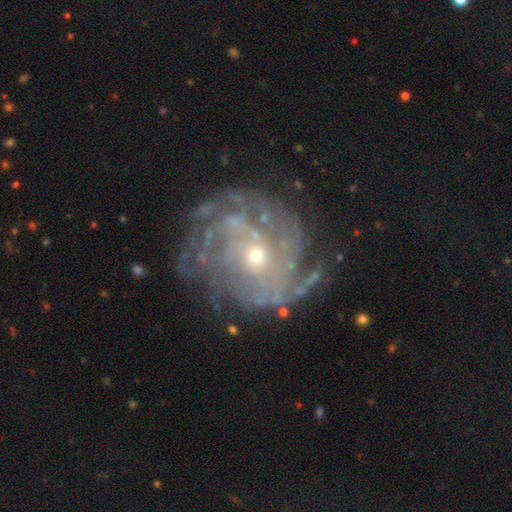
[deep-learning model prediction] Overall: featured or disk (86%). Edge-on disk: no (97%). Bar: no (59%; weak 31%). Spiral arms: yes (94%). Spiral arm count: can't tell (39%; more than 4 15%). Spiral winding: tight (71%). Bulge size: small (54%; moderate 42%). Merging: none (76%).